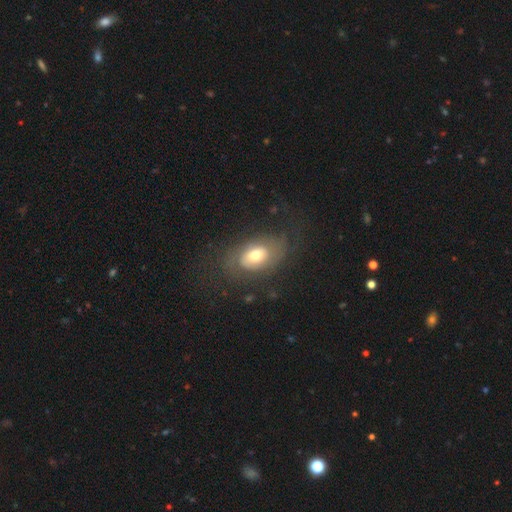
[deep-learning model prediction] smooth-or-featured: featured or disk: 46% | smooth: 45% | star or artifact: 9%
  merging: none: 62% | minor disturbance: 20% | major disturbance: 17% | merger: 2%